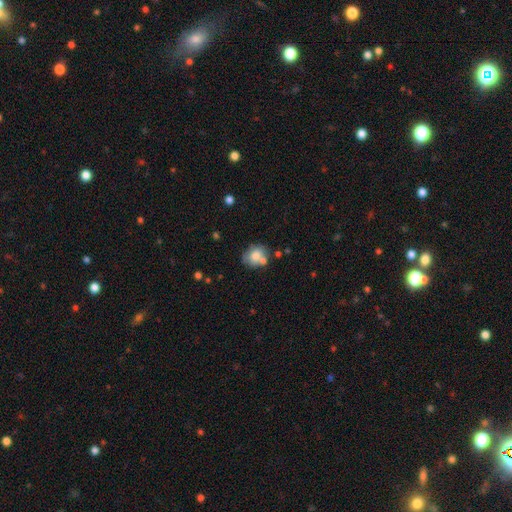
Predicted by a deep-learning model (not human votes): A smooth galaxy with no disk features (72%) that is round (61%).

Vote fractions:
- Smooth or featured? smooth: 72% / featured or disk: 18% / star or artifact: 9%
- How rounded? round: 61% / in between: 38% / cigar-shaped: 1%
- Merging? none: 56% / merger: 21% / minor disturbance: 18% / major disturbance: 5%